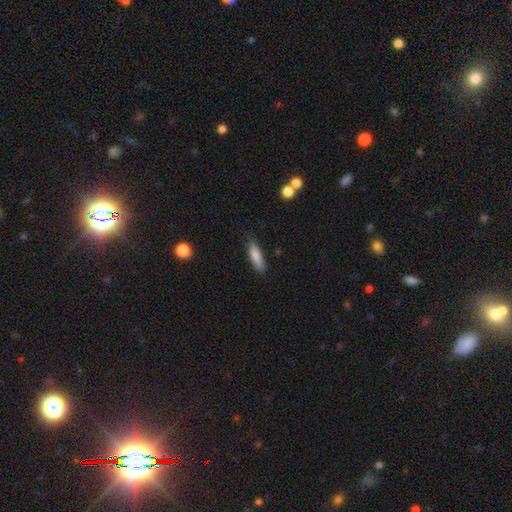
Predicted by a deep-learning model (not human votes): A smooth galaxy with no disk features (83%) that is cigar-shaped (66%).

Vote fractions:
- Smooth or featured? smooth: 83% / featured or disk: 10% / star or artifact: 6%
- How rounded? cigar-shaped: 66% / in between: 32% / round: 2%
- Merging? none: 79% / minor disturbance: 17% / major disturbance: 3% / merger: 2%